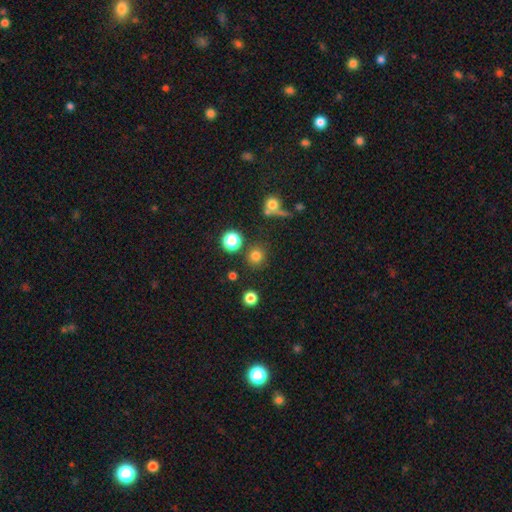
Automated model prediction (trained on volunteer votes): Smooth or featured? Predicted: smooth (p=0.78). How rounded? Predicted: round (p=0.92). Merging? Predicted: none (p=0.84).